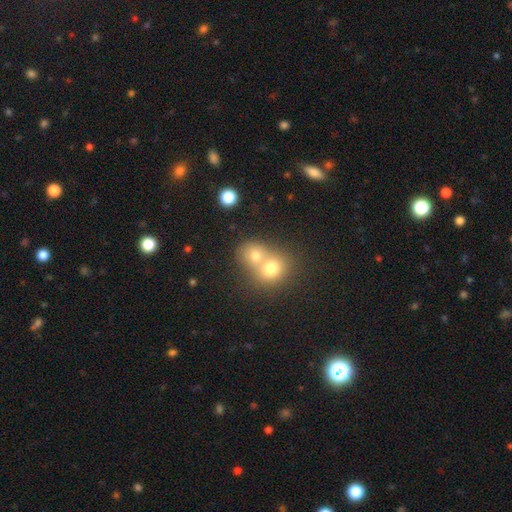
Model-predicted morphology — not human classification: Smooth or featured?
  - smooth: 73% *
  - featured or disk: 14%
  - star or artifact: 13%
How rounded?
  - round: 73% *
  - in between: 26%
  - cigar-shaped: 1%
Merging?
  - merger: 62% *
  - none: 30%
  - minor disturbance: 5%
  - major disturbance: 3%